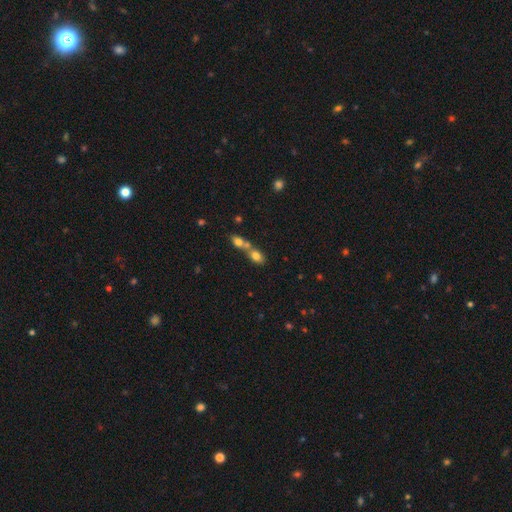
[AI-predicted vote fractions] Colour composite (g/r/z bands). It shows a smooth galaxy with no disk features (75%) that is in between round and cigar-shaped (72%). Merging: merger (67%).